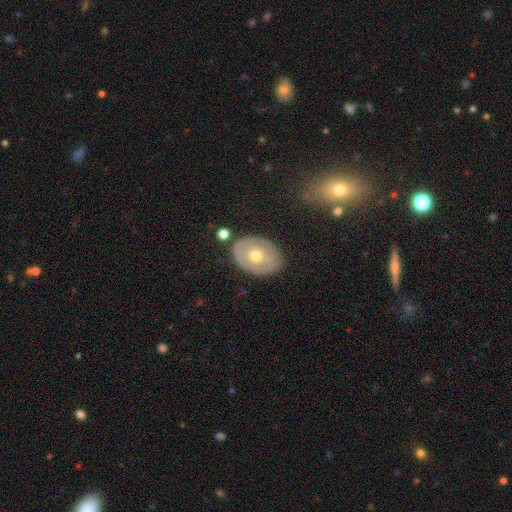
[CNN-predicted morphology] A featured or disk galaxy (47%, tied with smooth). Merging: none (80%).